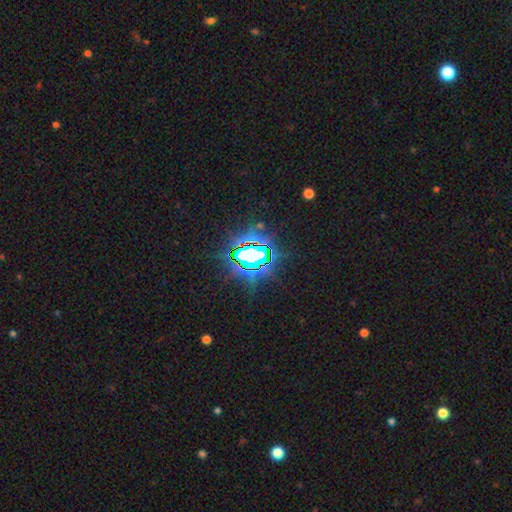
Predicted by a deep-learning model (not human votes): A star or artifact, not a galaxy (77%).